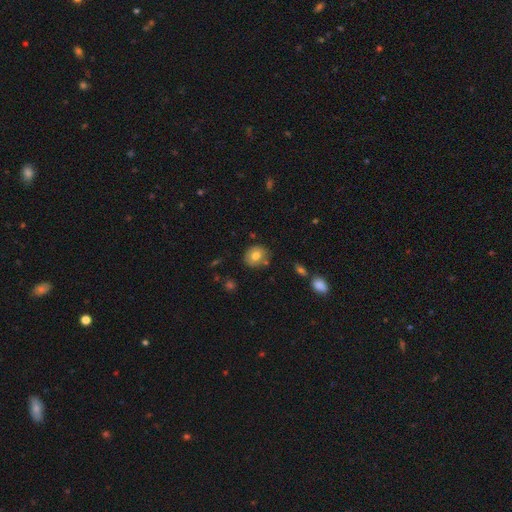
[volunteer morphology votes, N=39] Smooth or featured?
  - smooth: 79% *
  - featured or disk: 13%
  - star or artifact: 8%
How rounded?
  - in between: 55% *
  - round: 45%
  - cigar-shaped: 0%
Merging?
  - none: 83% *
  - minor disturbance: 11%
  - major disturbance: 3%
  - merger: 3%